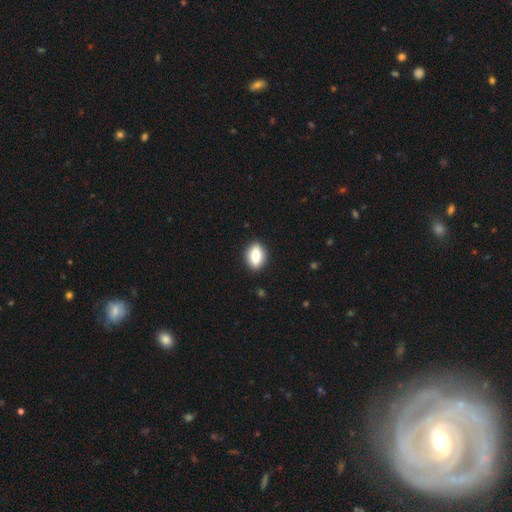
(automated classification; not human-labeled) Overall: smooth (72%). How rounded: in between (76%). Merging: none (89%).